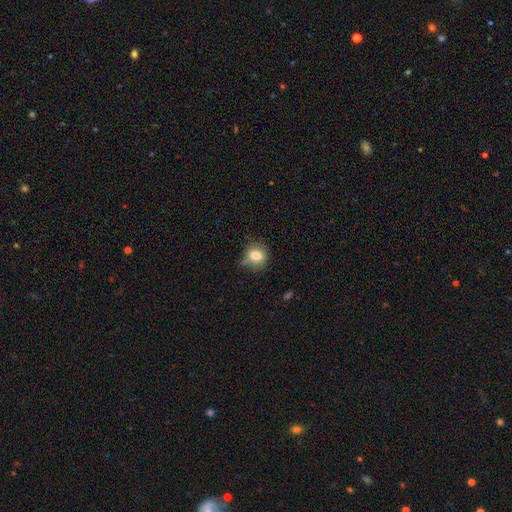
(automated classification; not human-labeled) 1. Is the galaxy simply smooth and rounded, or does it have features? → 80% smooth, 10% star or artifact, 10% featured or disk.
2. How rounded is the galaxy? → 78% round, 20% in between, 1% cigar-shaped.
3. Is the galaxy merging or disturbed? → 65% none, 26% minor disturbance, 6% major disturbance, 4% merger.